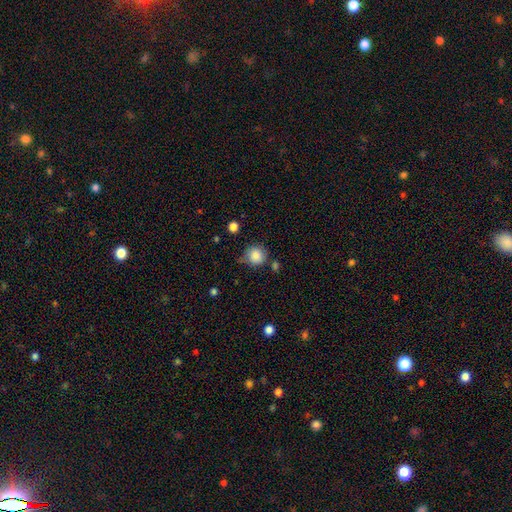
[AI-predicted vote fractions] Smooth or featured?
  - smooth: 85% *
  - star or artifact: 9%
  - featured or disk: 6%
How rounded?
  - round: 90% *
  - in between: 9%
  - cigar-shaped: 1%
Merging?
  - none: 64% *
  - minor disturbance: 23%
  - merger: 6%
  - major disturbance: 6%